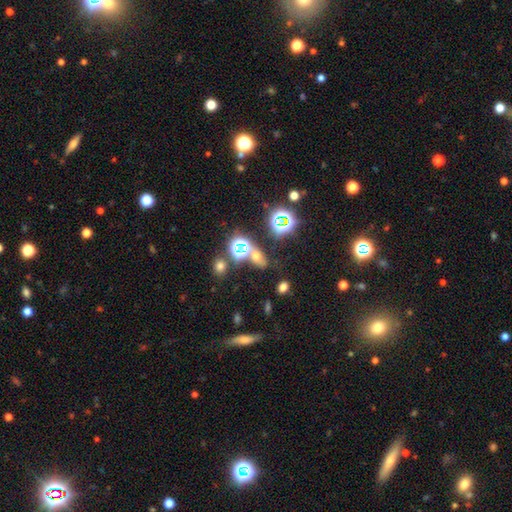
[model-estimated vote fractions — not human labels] Smooth or featured? Predicted: star or artifact (p=0.43, tied with smooth).